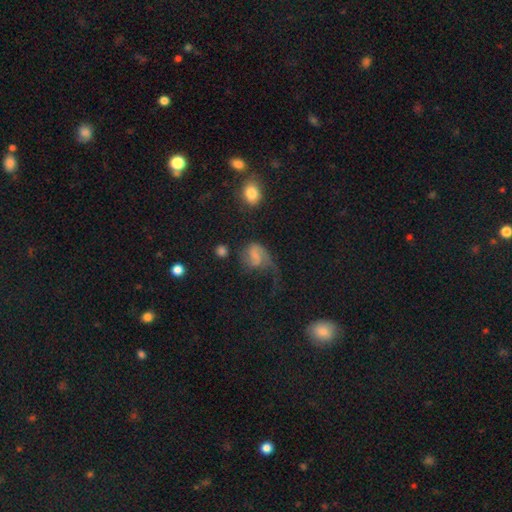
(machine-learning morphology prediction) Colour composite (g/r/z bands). It shows a featured or disk galaxy (52%) with no bar (45%), spiral arms (80%) and no central bulge (39%). Merging: major disturbance (49%).